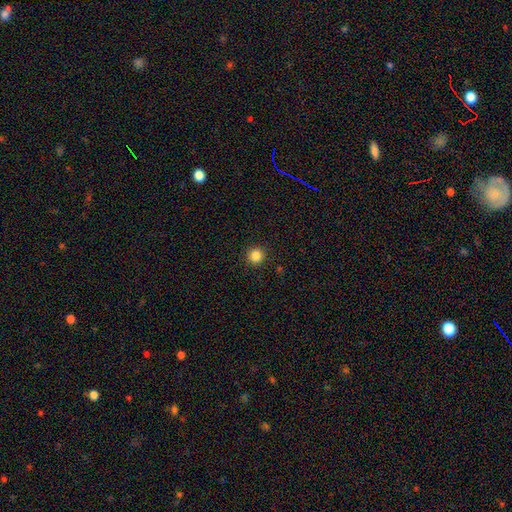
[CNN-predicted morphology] smooth-or-featured: smooth: 85% | star or artifact: 12% | featured or disk: 4%
  how-rounded: round: 95% | in between: 4% | cigar-shaped: 1%
  merging: none: 93% | minor disturbance: 5% | major disturbance: 2% | merger: 1%